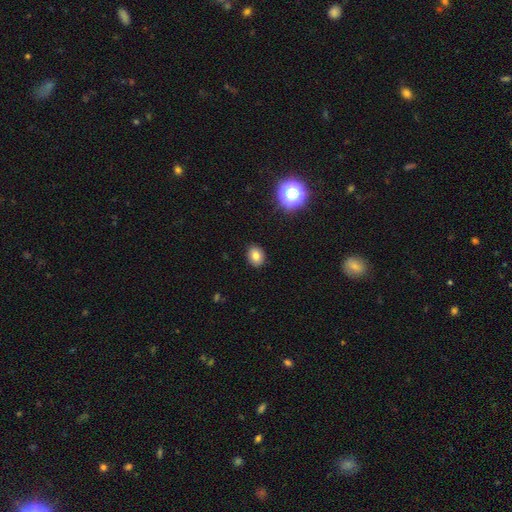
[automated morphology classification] Smooth or featured? smooth (81%)
How rounded? in between (58%)
Merging? none (89%)